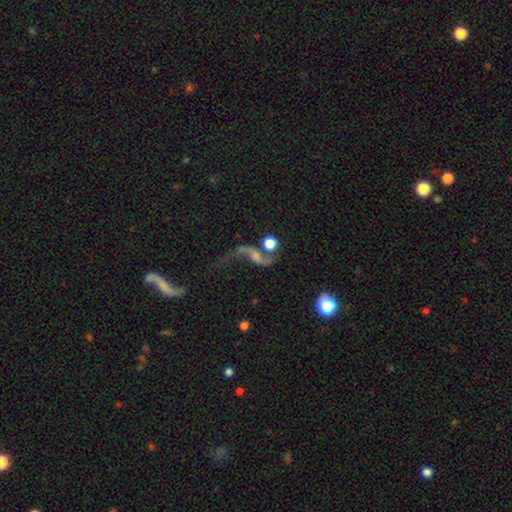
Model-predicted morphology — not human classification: Smooth or featured: featured or disk — 76% (smooth — 13%)
Edge-on disk: no — 95% (yes — 5%)
Bar: no — 57% (weak — 31%)
Spiral arms: yes — 90% (no — 10%)
Spiral winding: loose — 92% (medium — 6%)
Spiral arm count: 2 — 84% (1 — 11%)
Bulge size: small — 38% (moderate — 32%)
Merging: none — 44% (major disturbance — 23%)